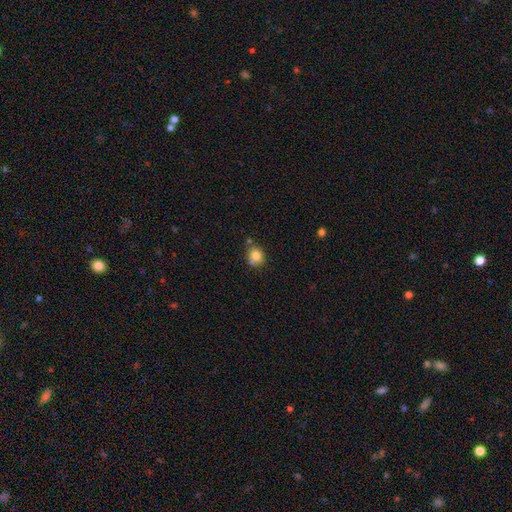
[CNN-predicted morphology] A smooth galaxy with no disk features (81%) that is round (77%).

Vote fractions:
- Smooth or featured? smooth: 81% / star or artifact: 11% / featured or disk: 8%
- How rounded? round: 77% / in between: 22% / cigar-shaped: 1%
- Merging? none: 66% / minor disturbance: 17% / merger: 13% / major disturbance: 4%